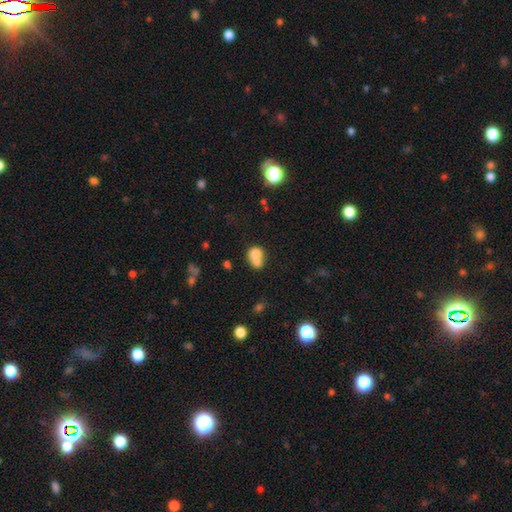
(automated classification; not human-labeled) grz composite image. It shows a smooth galaxy with no disk features (72%) that is in between round and cigar-shaped (62%). Merging: merger (56%).